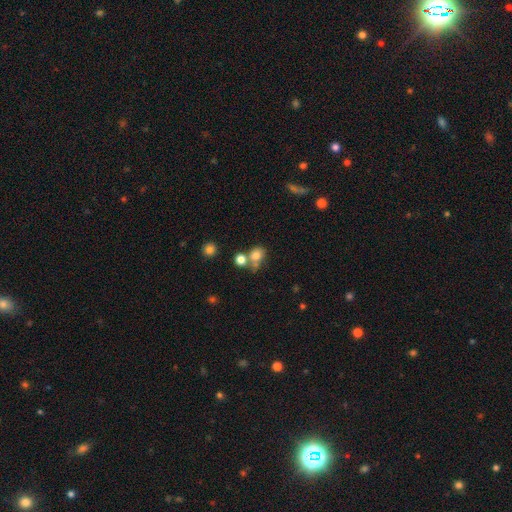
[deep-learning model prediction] Smooth or featured?
  - smooth: 77% *
  - star or artifact: 13%
  - featured or disk: 10%
How rounded?
  - round: 66% *
  - in between: 33%
  - cigar-shaped: 1%
Merging?
  - none: 47% *
  - merger: 35%
  - minor disturbance: 12%
  - major disturbance: 6%